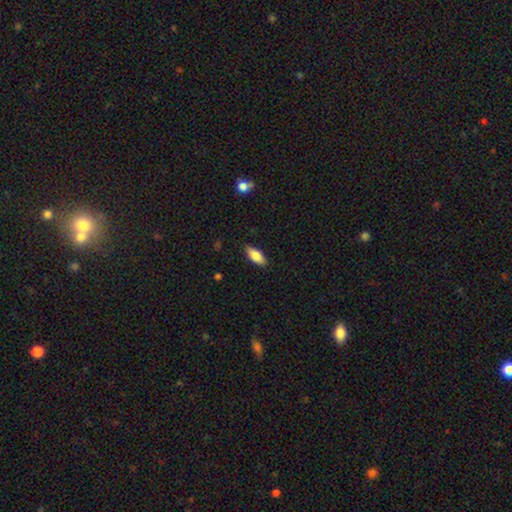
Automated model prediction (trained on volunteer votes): Smooth or featured? Predicted: smooth (p=0.79). How rounded? Predicted: in between (p=0.81). Merging? Predicted: none (p=0.87).